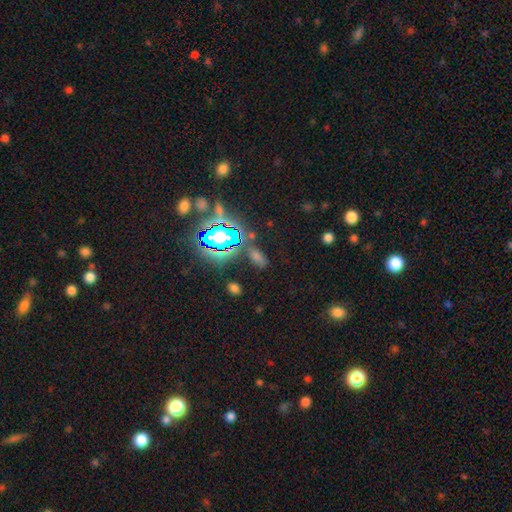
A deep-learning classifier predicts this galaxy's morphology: A star or artifact, not a galaxy (48%).